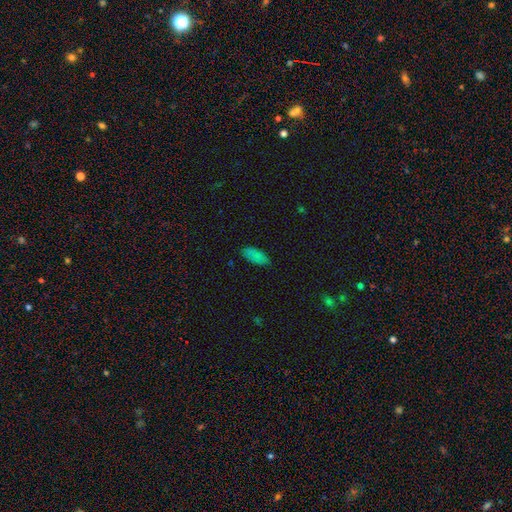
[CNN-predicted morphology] Smooth or featured? Predicted: smooth (p=0.84). How rounded? Predicted: in between (p=0.86). Merging? Predicted: none (p=0.81).